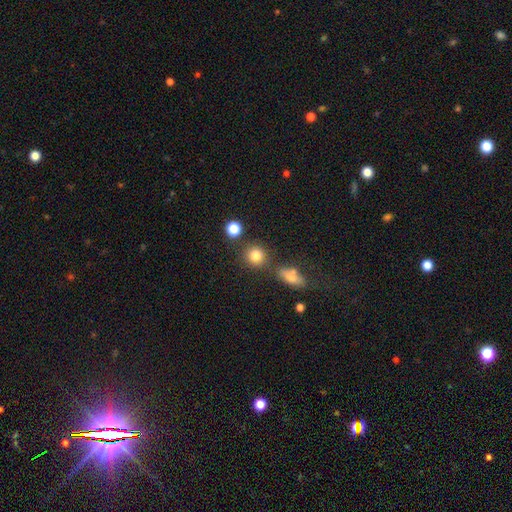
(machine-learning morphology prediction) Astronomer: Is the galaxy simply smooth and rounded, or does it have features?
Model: smooth — 81%.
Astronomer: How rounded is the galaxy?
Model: round — 88%.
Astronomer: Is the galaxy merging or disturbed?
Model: none — 76%.